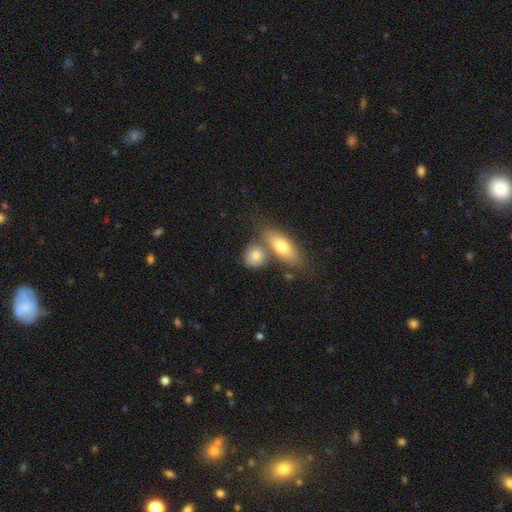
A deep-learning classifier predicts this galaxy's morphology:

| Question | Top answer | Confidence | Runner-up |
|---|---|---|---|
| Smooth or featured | smooth | 76% | featured or disk (16%) |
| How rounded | round | 56% | in between (37%) |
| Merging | none | 52% | merger (33%) |